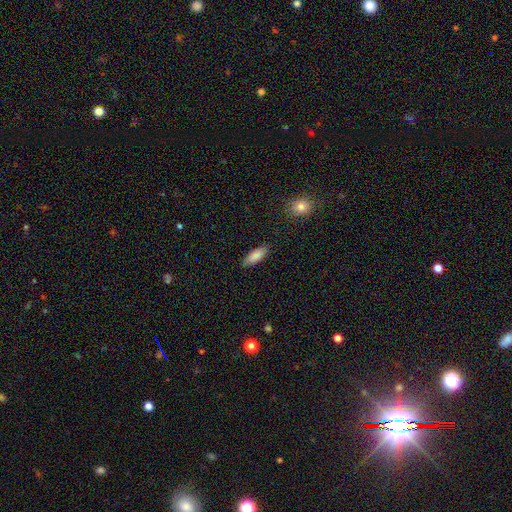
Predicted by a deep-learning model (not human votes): Q: Smooth or featured?
A: smooth (86%); runner-up: featured or disk (7%)
Q: How rounded?
A: in between (71%); runner-up: cigar-shaped (27%)
Q: Merging?
A: none (85%); runner-up: minor disturbance (11%)